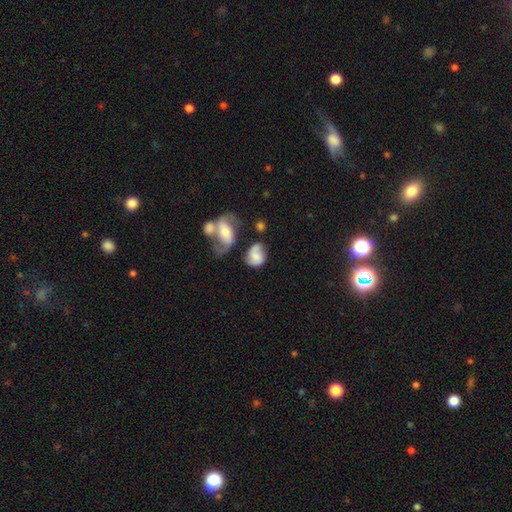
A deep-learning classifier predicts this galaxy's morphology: A smooth galaxy with no disk features (50%).

Vote fractions:
- Smooth or featured? smooth: 50% / featured or disk: 42% / star or artifact: 8%
- Merging? none: 41% / minor disturbance: 23% / merger: 19% / major disturbance: 16%